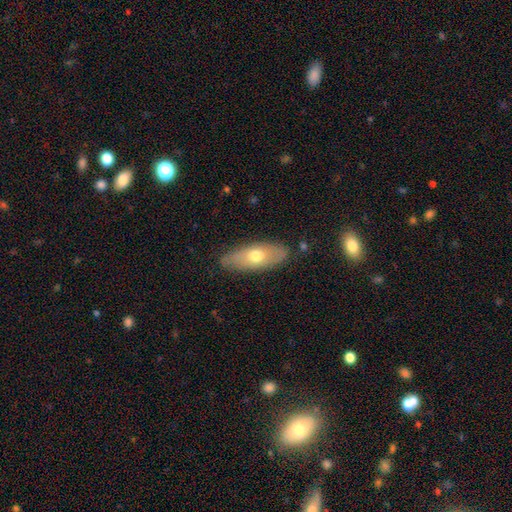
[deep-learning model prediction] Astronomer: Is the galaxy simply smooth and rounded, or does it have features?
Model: smooth — 59% (runner-up: featured or disk, 35%).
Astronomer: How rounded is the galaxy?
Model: in between — 76%.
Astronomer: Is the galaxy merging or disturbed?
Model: none — 82%.